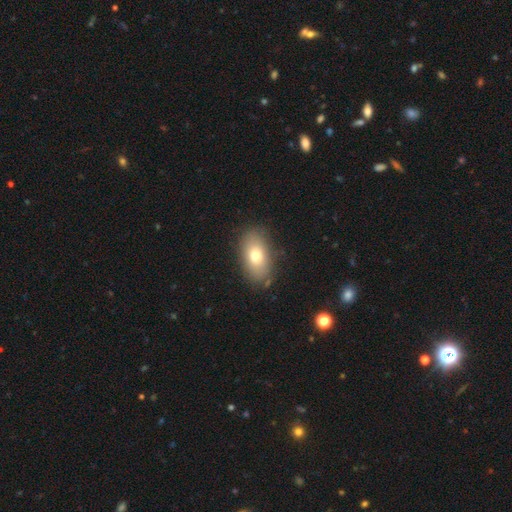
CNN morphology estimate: smooth 75%, featured or disk 16%, star or artifact 9%. Down the decision tree: how rounded — in between (89%); merging — none (83%).